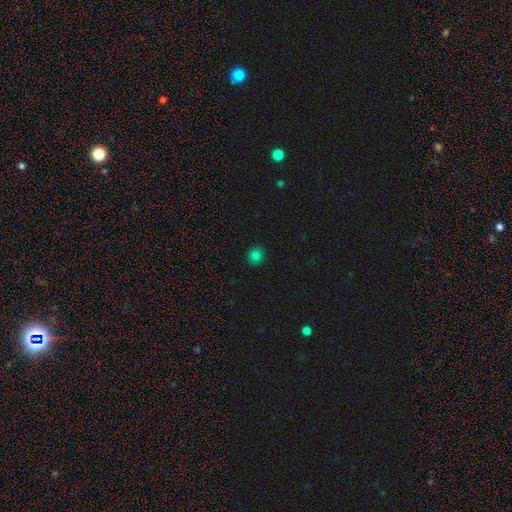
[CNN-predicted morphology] smooth-or-featured: smooth: 79% | star or artifact: 14% | featured or disk: 7%
  how-rounded: round: 88% | in between: 11% | cigar-shaped: 1%
  merging: none: 92% | minor disturbance: 6% | major disturbance: 2% | merger: 1%